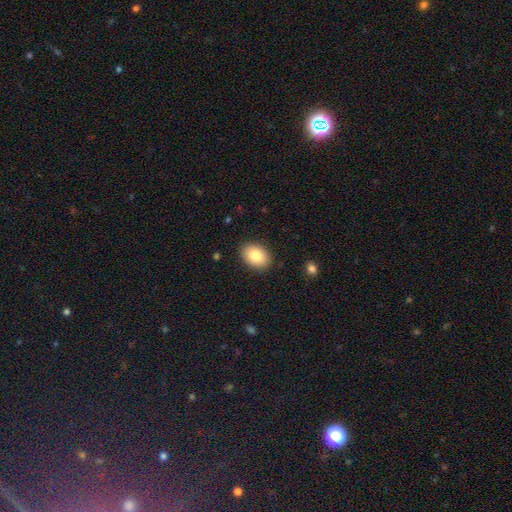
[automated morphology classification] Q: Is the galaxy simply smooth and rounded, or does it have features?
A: smooth — 85%.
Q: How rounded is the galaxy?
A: in between — 81%.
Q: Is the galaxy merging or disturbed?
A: none — 88%.